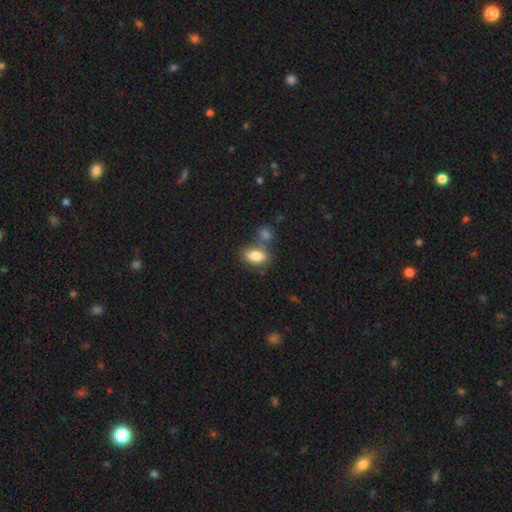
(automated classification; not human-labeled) The model was most divided on "merging": none: 50%, merger: 30%, minor disturbance: 14%, major disturbance: 5%. More confident: how rounded — in between (86%); smooth or featured — smooth (82%).